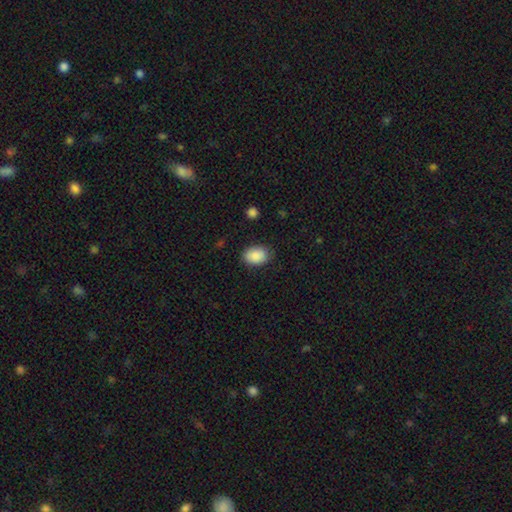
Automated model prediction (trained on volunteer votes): Smooth or featured?
  - smooth: 89% *
  - star or artifact: 7%
  - featured or disk: 4%
How rounded?
  - in between: 79% *
  - round: 20%
  - cigar-shaped: 1%
Merging?
  - none: 84% *
  - minor disturbance: 12%
  - major disturbance: 3%
  - merger: 1%